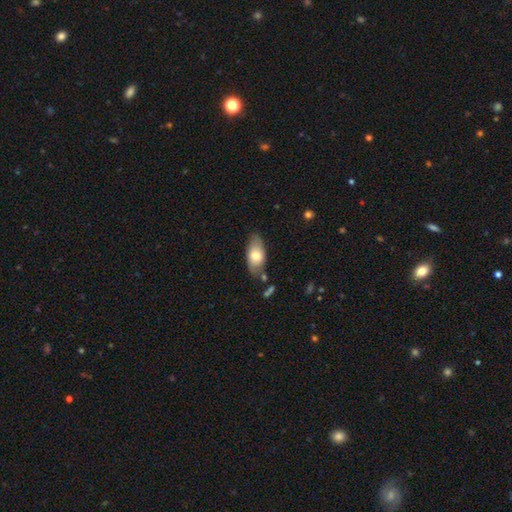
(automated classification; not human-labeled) Morphology: type=smooth (70%); roundness=in between (91%); merging=none (71%).